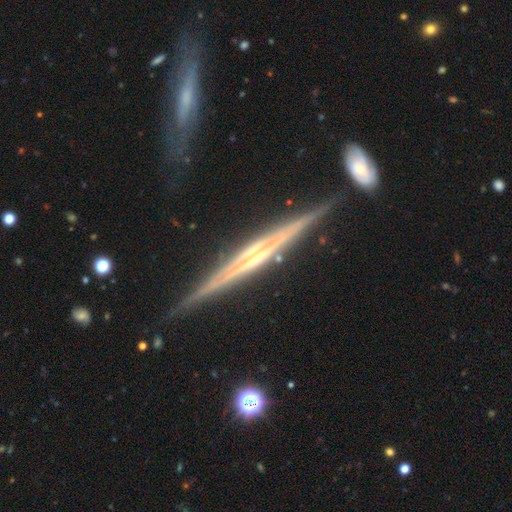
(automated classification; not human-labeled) Overall: featured or disk (84%). Edge-on disk: yes (98%). Edge-on bulge: rounded (42%; none 38%). Merging: none (84%).